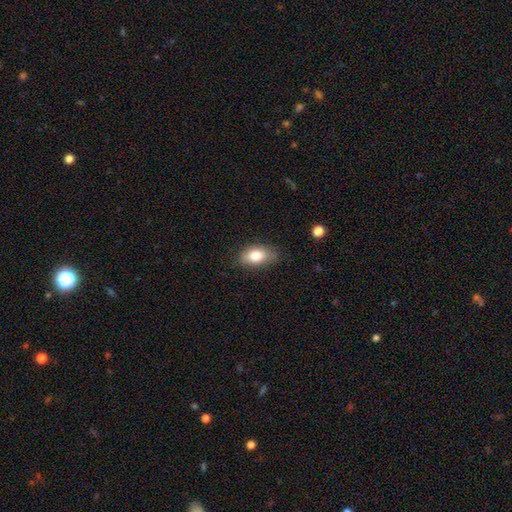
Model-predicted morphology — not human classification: A smooth galaxy with no disk features (81%) that is in between round and cigar-shaped (89%). Merging: none (76%).